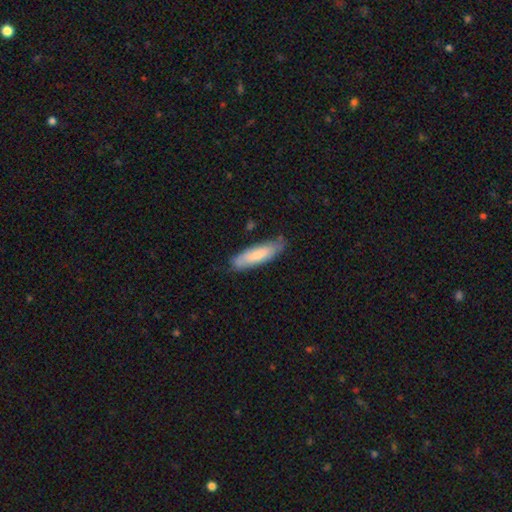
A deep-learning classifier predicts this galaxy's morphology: Overall: smooth (72%). How rounded: cigar-shaped (57%; in between 42%). Merging: none (74%).